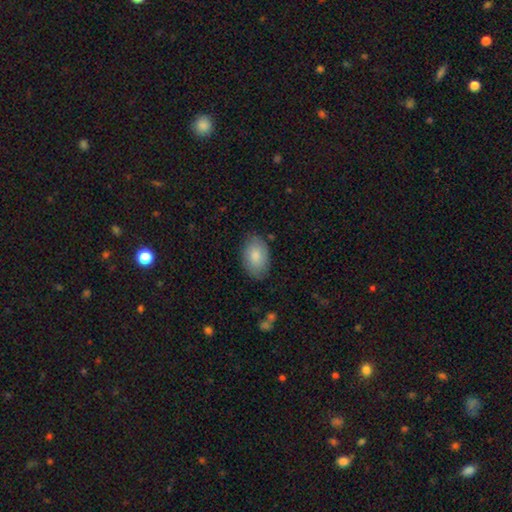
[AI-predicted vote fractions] This appears to be a smooth galaxy with no disk features (82%) that is in between round and cigar-shaped (92%). Merging: none (80%).